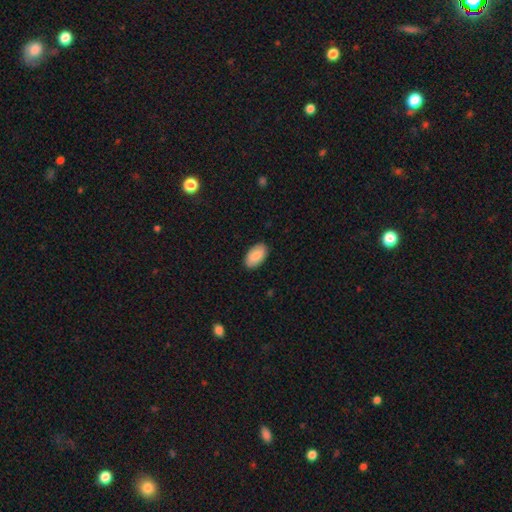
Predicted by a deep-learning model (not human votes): Smooth or featured? smooth (86%)
How rounded? in between (95%)
Merging? none (88%)